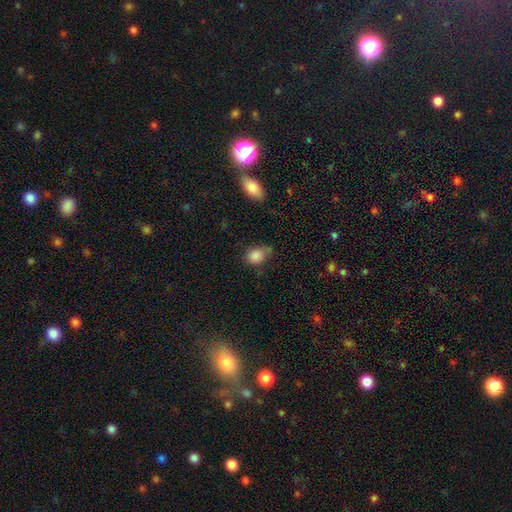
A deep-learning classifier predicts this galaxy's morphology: This appears to be a smooth galaxy with no disk features (86%) that is round (52%). Merging: none (52%).